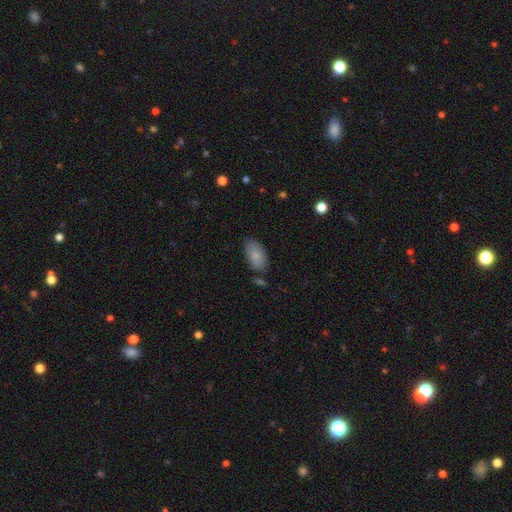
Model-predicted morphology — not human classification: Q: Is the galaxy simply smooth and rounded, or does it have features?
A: smooth — 85%.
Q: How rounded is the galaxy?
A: in between — 94%.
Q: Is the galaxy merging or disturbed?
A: none — 78%.